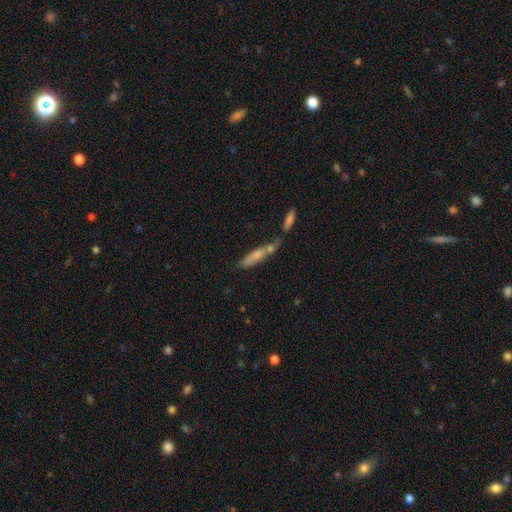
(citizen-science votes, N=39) A smooth galaxy with no disk features (72%) that is cigar-shaped (86%).

Vote fractions:
- Smooth or featured? smooth: 72% / featured or disk: 23% / star or artifact: 5%
- How rounded? cigar-shaped: 86% / in between: 11% / round: 4%
- Merging? merger: 76% / none: 11% / major disturbance: 8% / minor disturbance: 5%